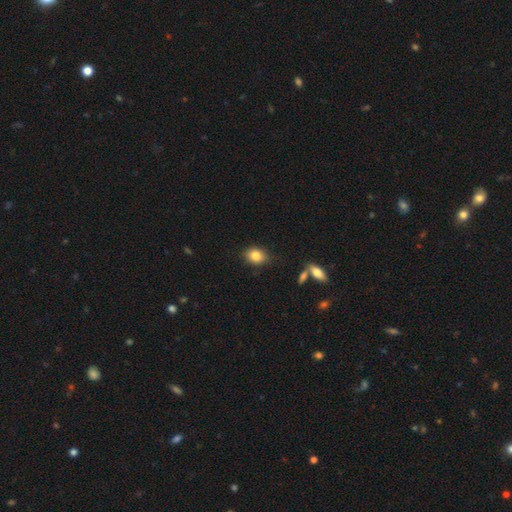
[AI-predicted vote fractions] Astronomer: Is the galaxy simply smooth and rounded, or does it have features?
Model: smooth — 83%.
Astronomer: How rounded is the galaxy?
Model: in between — 56% (runner-up: round, 42%).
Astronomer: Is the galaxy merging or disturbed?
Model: none — 82%.